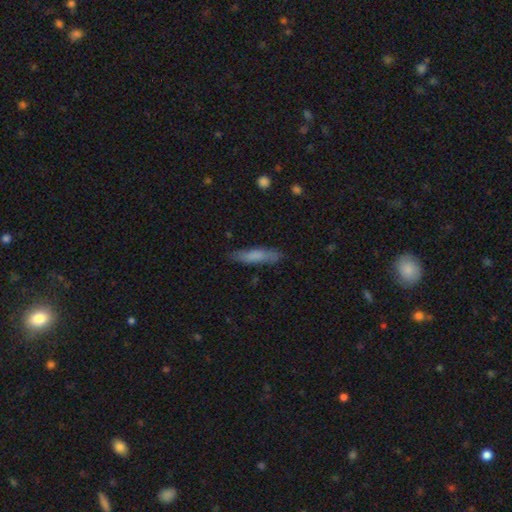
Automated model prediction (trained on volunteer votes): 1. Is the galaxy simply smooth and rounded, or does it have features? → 74% smooth, 20% featured or disk, 6% star or artifact.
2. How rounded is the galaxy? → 80% cigar-shaped, 18% in between, 2% round.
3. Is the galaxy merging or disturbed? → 82% none, 14% minor disturbance, 3% major disturbance, 1% merger.